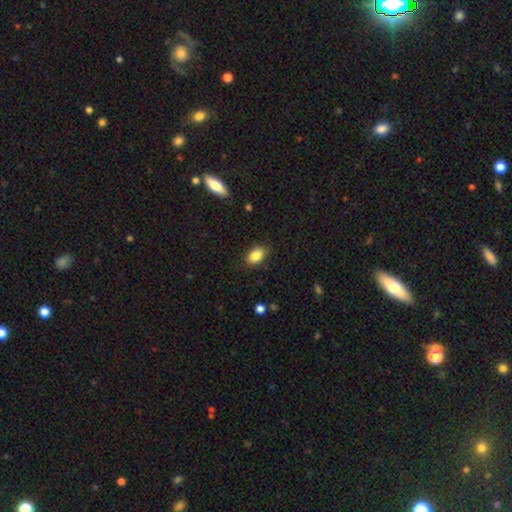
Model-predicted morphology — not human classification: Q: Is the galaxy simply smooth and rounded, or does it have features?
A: smooth — 85%.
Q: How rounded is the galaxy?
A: in between — 87%.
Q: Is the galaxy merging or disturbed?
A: none — 85%.